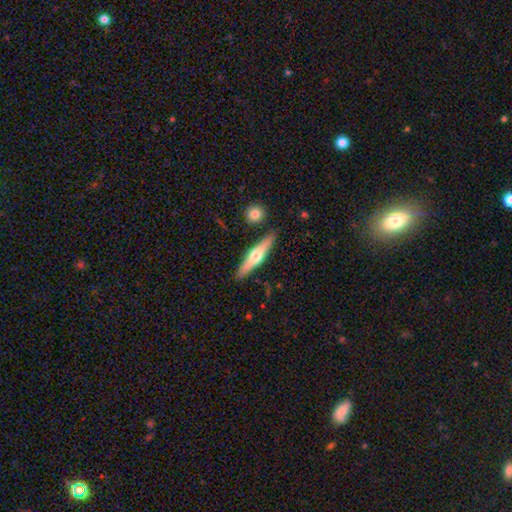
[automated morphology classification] A featured or disk galaxy (59%) viewed edge-on (96%) with a rounded central bulge (93%).

Vote fractions:
- Smooth or featured? featured or disk: 59% / smooth: 35% / star or artifact: 5%
- Edge-on disk? yes: 96% / no: 4%
- Edge-on bulge? rounded: 93% / boxy: 4% / none: 3%
- Merging? none: 87% / minor disturbance: 8% / merger: 3% / major disturbance: 2%